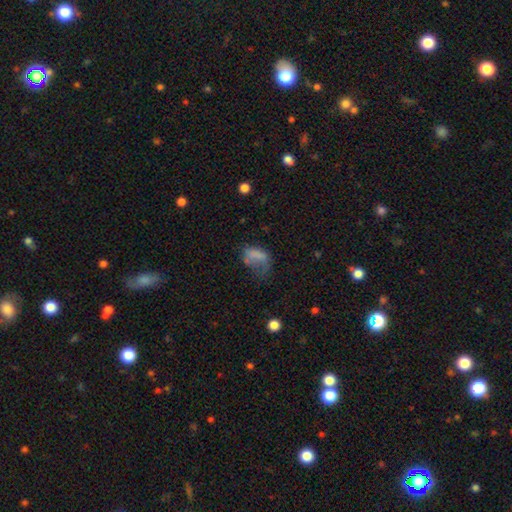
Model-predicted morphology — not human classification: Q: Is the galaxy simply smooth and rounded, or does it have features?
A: smooth — 65%.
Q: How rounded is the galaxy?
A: in between — 84%.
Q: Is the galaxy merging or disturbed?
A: major disturbance — 48%.